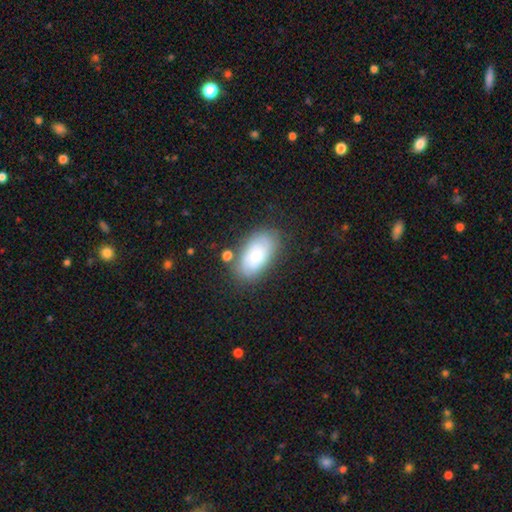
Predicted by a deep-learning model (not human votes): This appears to be a smooth galaxy with no disk features (55%) that is in between round and cigar-shaped (92%). Merging: none (73%).